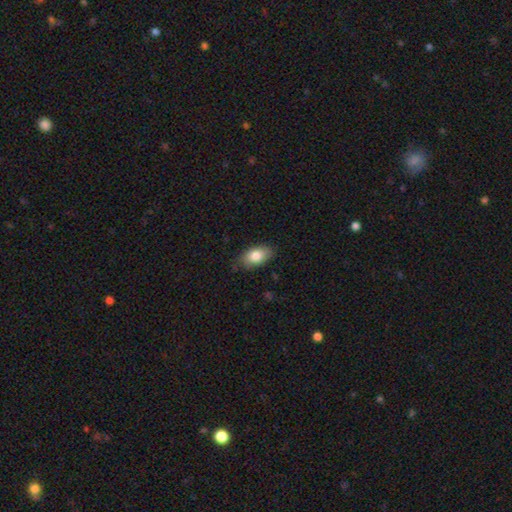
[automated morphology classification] smooth 82%, featured or disk 11%, star or artifact 7%. Down the decision tree: how rounded — in between (91%); merging — none (77%).